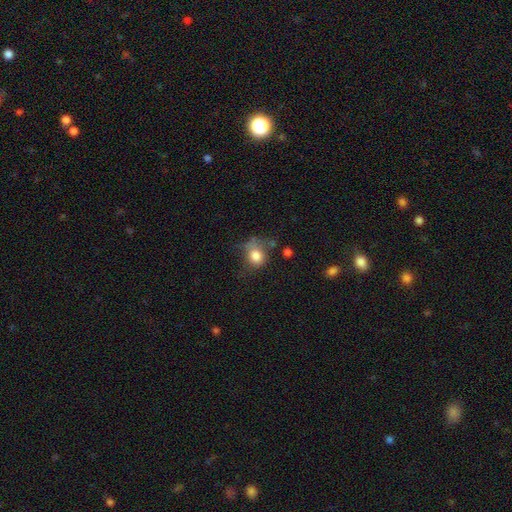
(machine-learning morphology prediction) Smooth or featured? smooth (79%)
How rounded? round (66%)
Merging? none (44%)